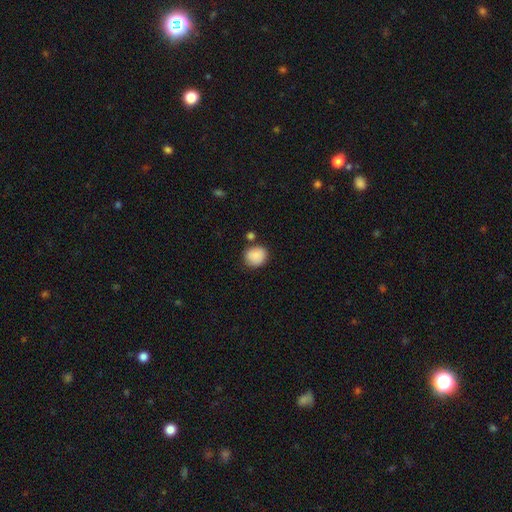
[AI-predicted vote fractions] A smooth galaxy with no disk features (87%) that is round (73%). Merging: none (73%).